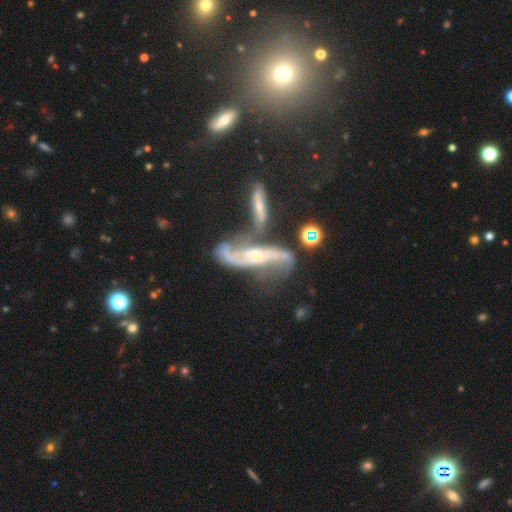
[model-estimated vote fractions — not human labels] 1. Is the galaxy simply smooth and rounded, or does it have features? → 84% featured or disk, 8% smooth, 7% star or artifact.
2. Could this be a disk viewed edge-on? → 84% no, 16% yes.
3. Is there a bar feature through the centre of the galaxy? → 42% no, 36% weak, 22% strong.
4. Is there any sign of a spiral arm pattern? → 94% yes, 6% no.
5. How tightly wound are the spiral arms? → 60% loose, 30% medium, 11% tight.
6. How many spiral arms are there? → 89% 2, 5% can't tell, 2% 1, 2% 3, 1% 4, 1% more than 4.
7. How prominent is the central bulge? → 56% small, 34% moderate, 5% none, 3% large, 1% dominant.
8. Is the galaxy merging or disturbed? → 37% none, 32% merger, 16% minor disturbance, 14% major disturbance.